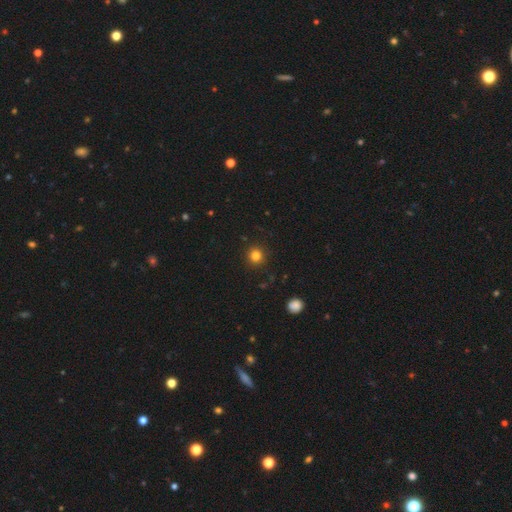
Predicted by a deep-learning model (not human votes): The model was most divided on "smooth or featured": smooth: 82%, star or artifact: 13%, featured or disk: 5%. More confident: how rounded — round (94%); merging — none (91%).